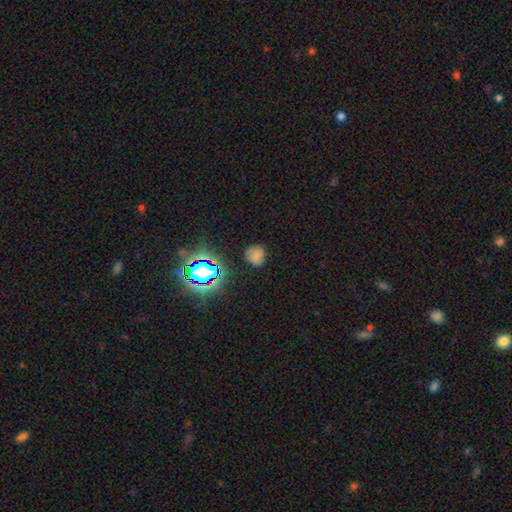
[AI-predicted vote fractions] Smooth or featured? smooth (64%)
How rounded? round (79%)
Merging? none (73%)